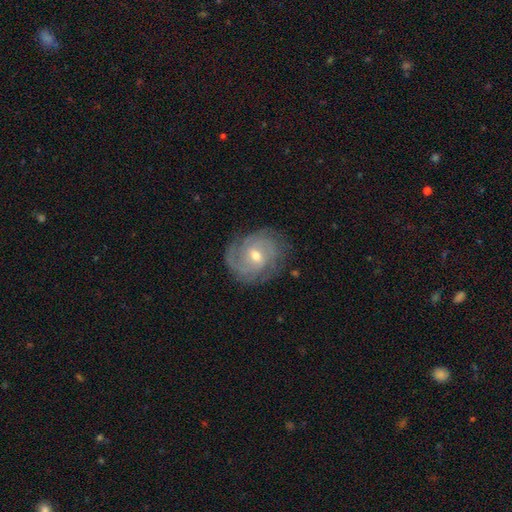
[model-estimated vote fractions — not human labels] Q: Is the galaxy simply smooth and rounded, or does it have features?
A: featured or disk — 84%.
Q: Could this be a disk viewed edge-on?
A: no — 97%.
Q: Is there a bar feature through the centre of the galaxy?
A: weak — 47%.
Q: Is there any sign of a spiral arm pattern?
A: yes — 95%.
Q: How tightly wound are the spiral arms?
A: tight — 63%.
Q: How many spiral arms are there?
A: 3 — 28%.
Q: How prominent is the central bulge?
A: moderate — 61%.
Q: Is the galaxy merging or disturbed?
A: none — 78%.